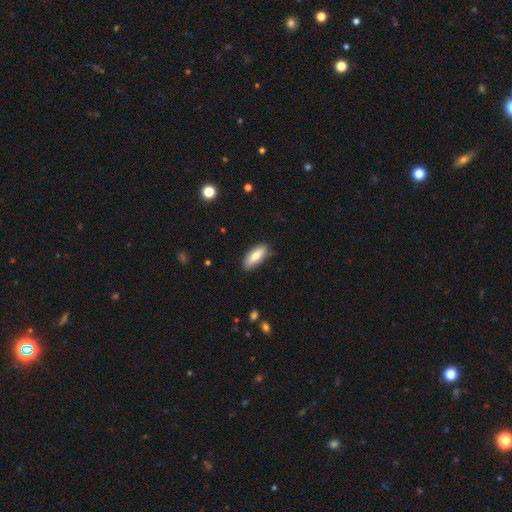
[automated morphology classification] Smooth or featured? smooth (78%)
How rounded? in between (73%)
Merging? none (82%)